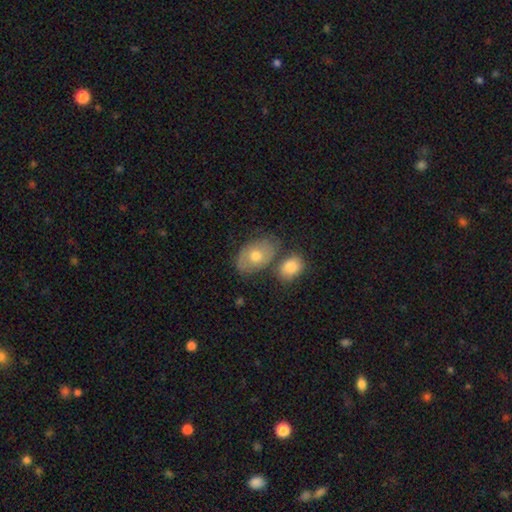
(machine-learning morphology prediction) This appears to be a smooth galaxy with no disk features (67%) that is in between round and cigar-shaped (85%). Merging: none (58%).